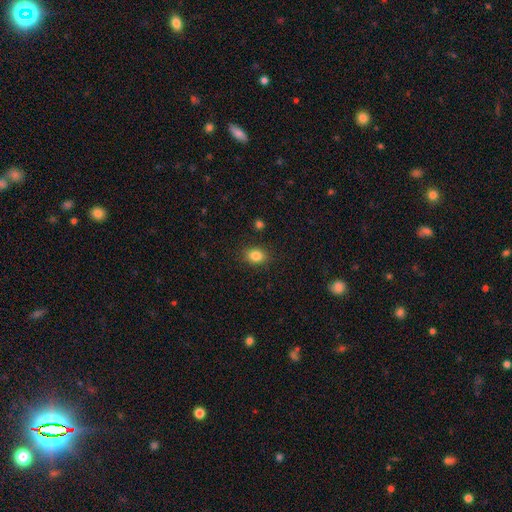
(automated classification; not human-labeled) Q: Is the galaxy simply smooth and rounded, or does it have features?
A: smooth — 84%.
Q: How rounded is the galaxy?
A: in between — 58%.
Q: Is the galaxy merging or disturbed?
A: none — 86%.